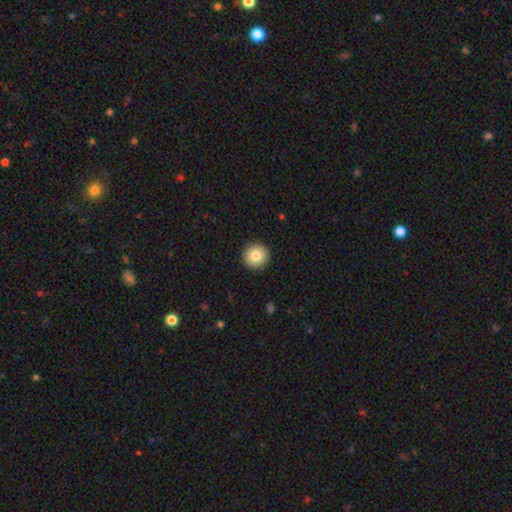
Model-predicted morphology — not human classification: This appears to be a smooth galaxy with no disk features (83%) that is round (96%). Merging: none (93%).